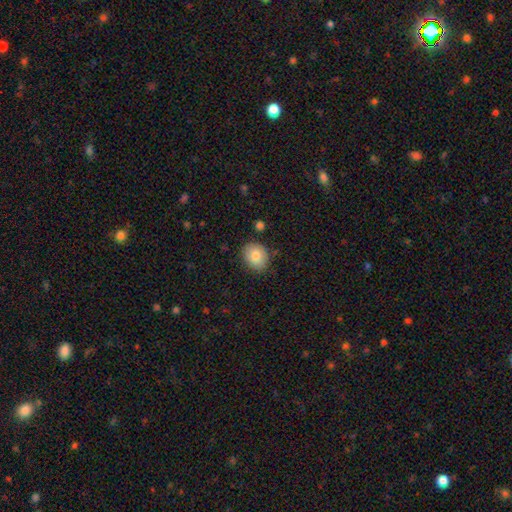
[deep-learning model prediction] This is clearly a smooth galaxy (82%). How rounded: possibly round (54%). Merging: clearly none (81%).